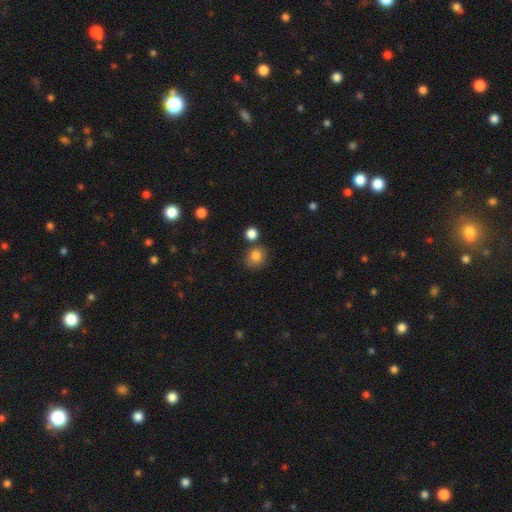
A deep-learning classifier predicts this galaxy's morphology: Overall: smooth (82%). How rounded: round (81%). Merging: none (73%).